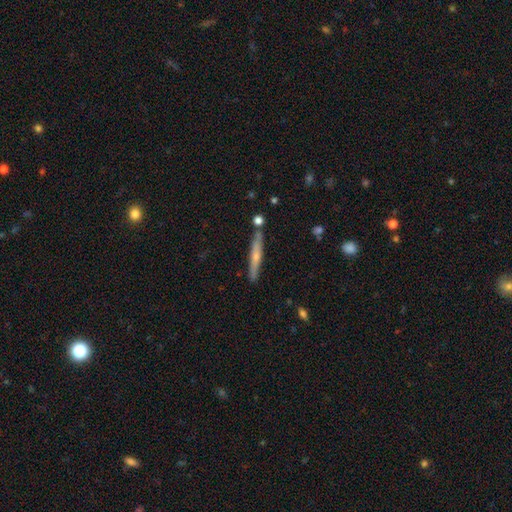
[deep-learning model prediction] Overall: featured or disk (50%; smooth 44%). Merging: none (84%).